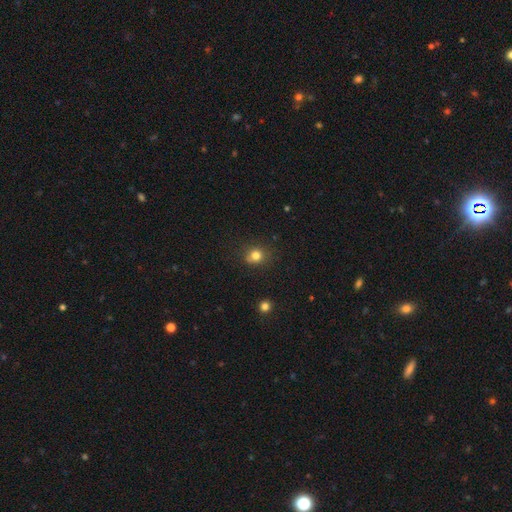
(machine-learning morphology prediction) This appears to be a smooth galaxy with no disk features (79%) that is round (80%). Merging: none (74%).